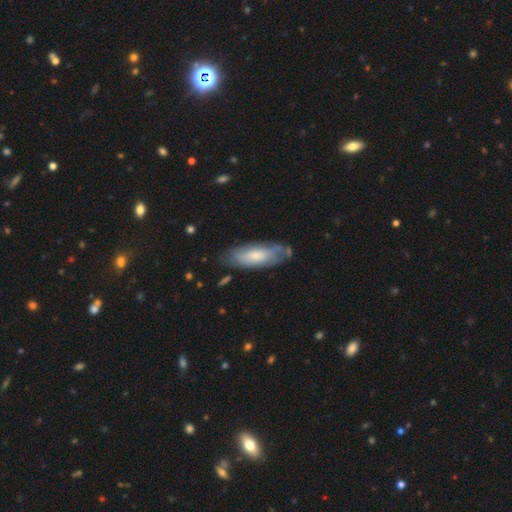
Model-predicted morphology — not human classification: A smooth galaxy with no disk features (59%) that is in between round and cigar-shaped (69%).

Vote fractions:
- Smooth or featured? smooth: 59% / featured or disk: 35% / star or artifact: 6%
- How rounded? in between: 69% / cigar-shaped: 29% / round: 2%
- Merging? none: 67% / minor disturbance: 23% / major disturbance: 7% / merger: 3%